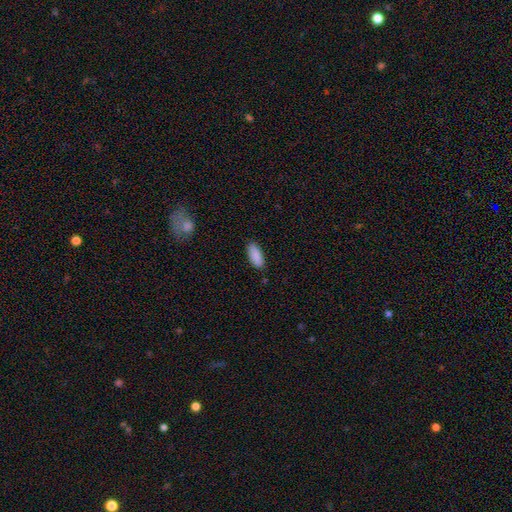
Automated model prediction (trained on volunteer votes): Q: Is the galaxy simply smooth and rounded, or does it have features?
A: smooth — 90%.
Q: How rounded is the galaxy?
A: in between — 82%.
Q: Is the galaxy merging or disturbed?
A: none — 87%.